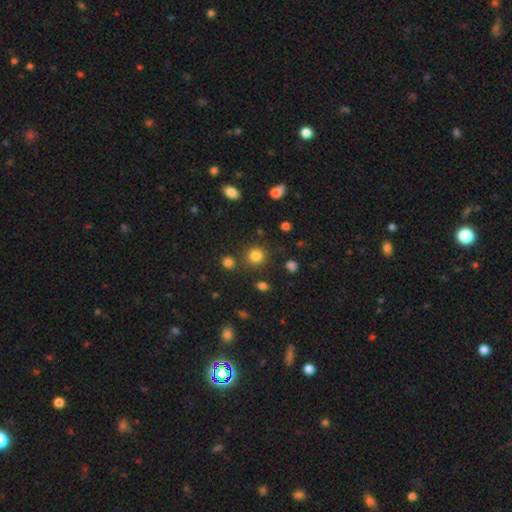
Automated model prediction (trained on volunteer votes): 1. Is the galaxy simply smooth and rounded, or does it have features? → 82% smooth, 13% star or artifact, 5% featured or disk.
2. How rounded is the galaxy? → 89% round, 10% in between, 1% cigar-shaped.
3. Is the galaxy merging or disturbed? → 83% none, 8% minor disturbance, 6% merger, 3% major disturbance.